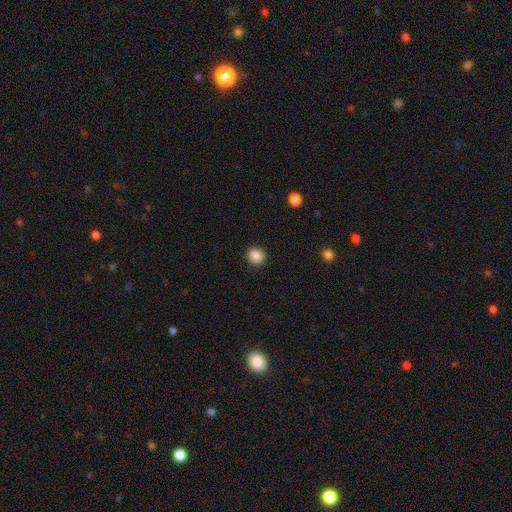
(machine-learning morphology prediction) Smooth or featured: smooth — 87% (star or artifact — 9%)
How rounded: round — 78% (in between — 21%)
Merging: none — 91% (minor disturbance — 6%)